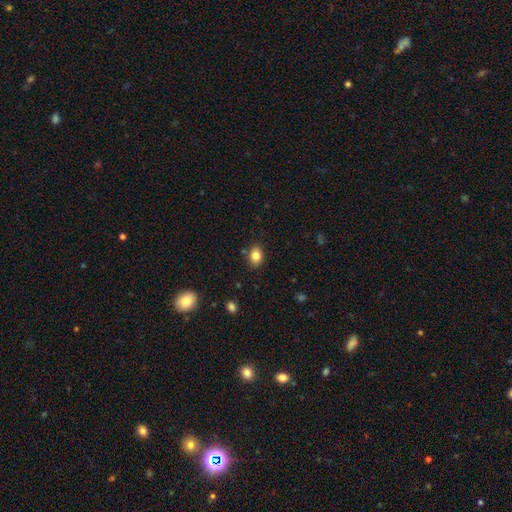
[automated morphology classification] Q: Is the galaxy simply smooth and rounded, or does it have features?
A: smooth — 84%.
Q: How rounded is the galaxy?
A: in between — 70%.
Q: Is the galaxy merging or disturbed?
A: none — 83%.